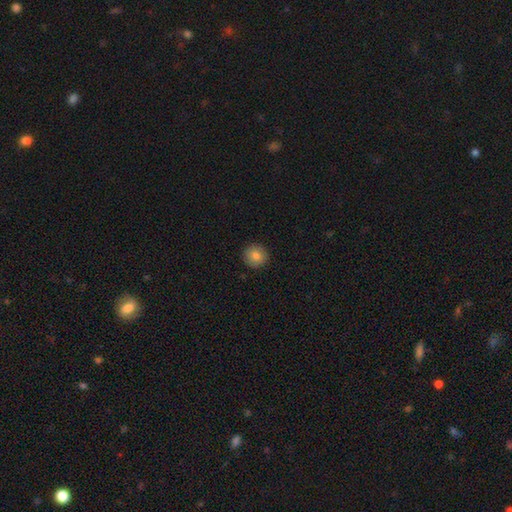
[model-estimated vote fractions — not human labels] Overall: smooth (84%). How rounded: round (93%). Merging: none (92%).